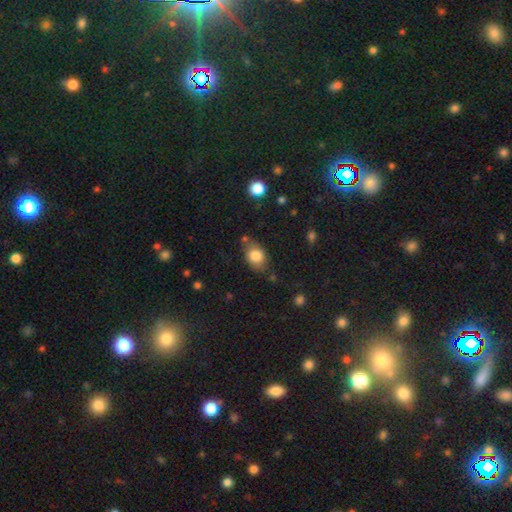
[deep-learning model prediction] This is clearly a smooth galaxy (81%). How rounded: likely in between (71%). Merging: likely none (70%).